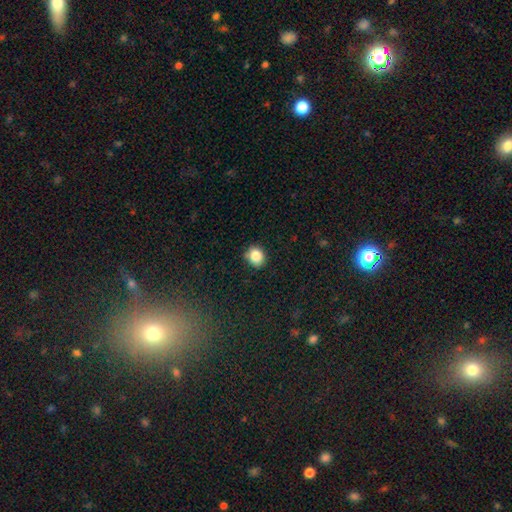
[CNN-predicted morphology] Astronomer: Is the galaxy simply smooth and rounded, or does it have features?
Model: smooth — 85%.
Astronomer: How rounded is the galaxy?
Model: round — 72%.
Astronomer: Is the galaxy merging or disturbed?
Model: none — 82%.